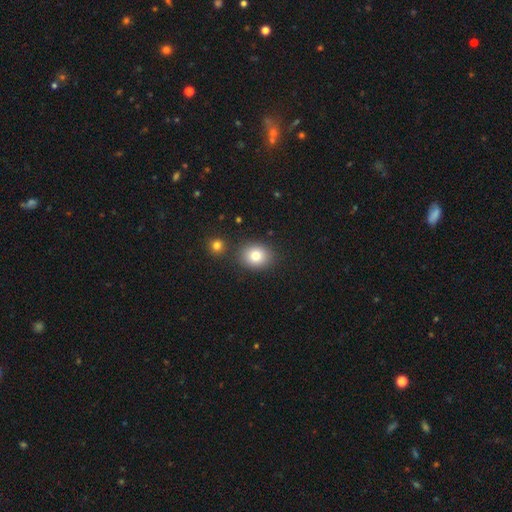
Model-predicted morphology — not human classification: Smooth or featured: smooth — 81% (star or artifact — 10%)
How rounded: round — 62% (in between — 37%)
Merging: none — 82% (minor disturbance — 9%)